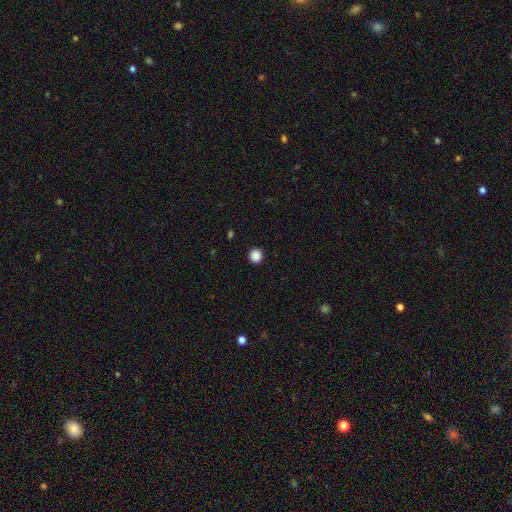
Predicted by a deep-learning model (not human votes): smooth-or-featured: smooth: 88% | star or artifact: 10% | featured or disk: 2%
  how-rounded: round: 95% | in between: 4% | cigar-shaped: 1%
  merging: none: 93% | minor disturbance: 4% | major disturbance: 2% | merger: 1%